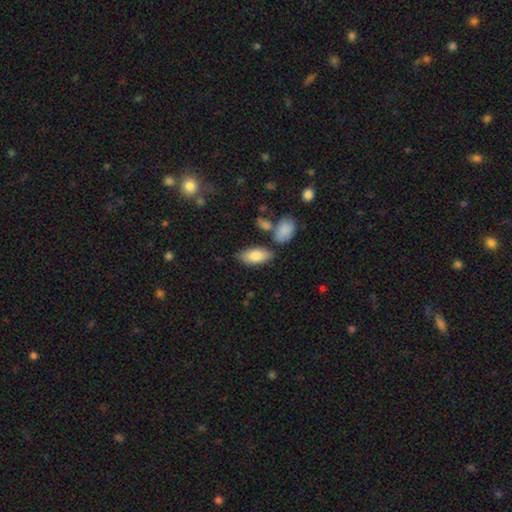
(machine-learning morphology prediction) A smooth galaxy with no disk features (83%) that is in between round and cigar-shaped (90%).

Vote fractions:
- Smooth or featured? smooth: 83% / featured or disk: 12% / star or artifact: 6%
- How rounded? in between: 90% / cigar-shaped: 7% / round: 2%
- Merging? none: 73% / minor disturbance: 15% / merger: 9% / major disturbance: 4%